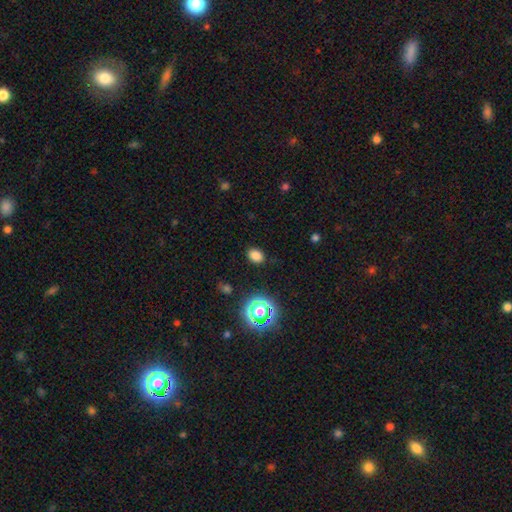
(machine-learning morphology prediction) smooth-or-featured: smooth: 78% | star or artifact: 17% | featured or disk: 5%
  how-rounded: in between: 68% | round: 31% | cigar-shaped: 1%
  merging: none: 86% | minor disturbance: 10% | major disturbance: 3% | merger: 1%